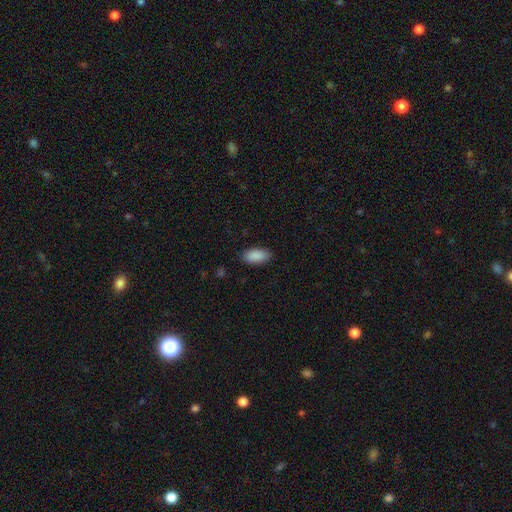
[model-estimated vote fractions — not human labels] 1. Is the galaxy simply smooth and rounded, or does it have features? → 90% smooth, 6% star or artifact, 3% featured or disk.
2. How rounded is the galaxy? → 91% in between, 7% cigar-shaped, 2% round.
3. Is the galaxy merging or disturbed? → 87% none, 10% minor disturbance, 2% major disturbance, 1% merger.